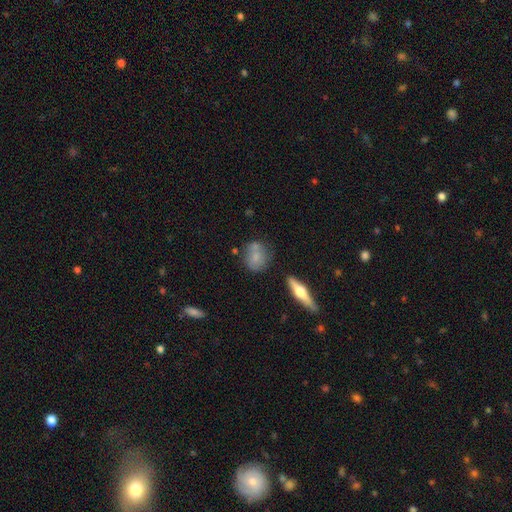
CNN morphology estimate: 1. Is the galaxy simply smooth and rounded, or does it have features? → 65% smooth, 26% featured or disk, 9% star or artifact.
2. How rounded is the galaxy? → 62% round, 33% in between, 4% cigar-shaped.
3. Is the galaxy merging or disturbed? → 65% none, 21% minor disturbance, 9% merger, 6% major disturbance.